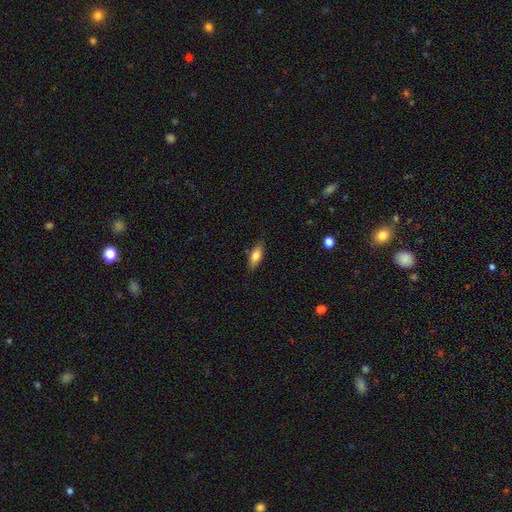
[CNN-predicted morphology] A smooth galaxy with no disk features (79%) that is in between round and cigar-shaped (72%).

Vote fractions:
- Smooth or featured? smooth: 79% / featured or disk: 14% / star or artifact: 7%
- How rounded? in between: 72% / cigar-shaped: 26% / round: 3%
- Merging? none: 83% / minor disturbance: 13% / major disturbance: 3% / merger: 1%